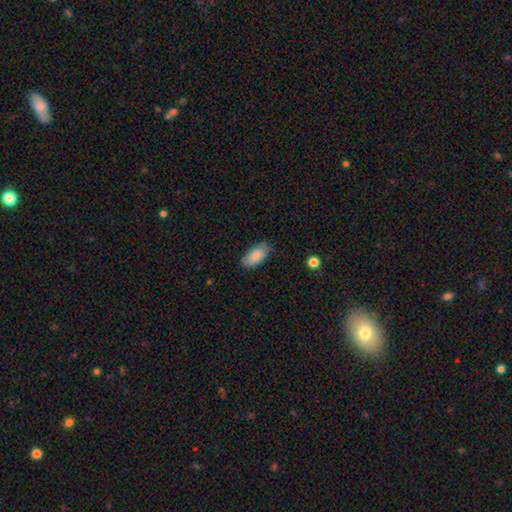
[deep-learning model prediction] smooth_or_featured: smooth (p=0.85) [alt: featured or disk p=0.09]
how_rounded: in between (p=0.92) [alt: cigar-shaped p=0.06]
merging: none (p=0.79) [alt: minor disturbance p=0.17]